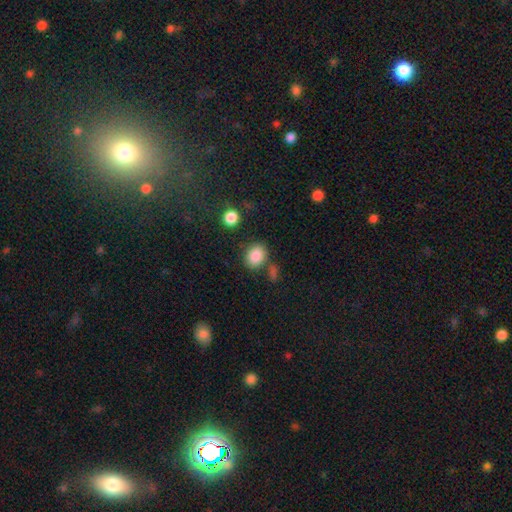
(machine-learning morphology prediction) The model was most divided on "how rounded": in between: 55%, round: 44%, cigar-shaped: 1%. More confident: smooth or featured — smooth (86%); merging — none (70%).